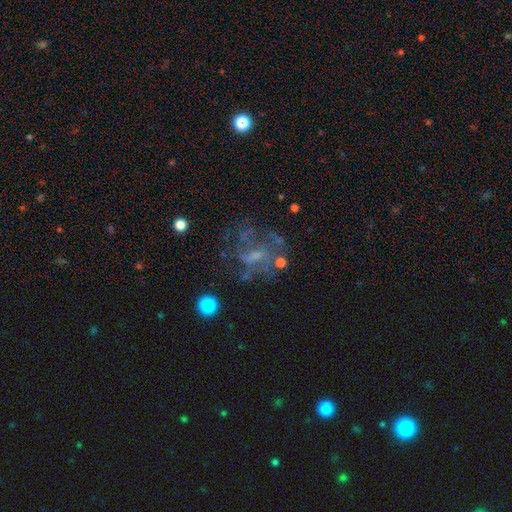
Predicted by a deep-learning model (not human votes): Morphology: type=featured or disk (64%); edge-on=no (96%); bar=no (49%); spiral arms=yes (55%); bulge=small (45%); merging=none (52%).